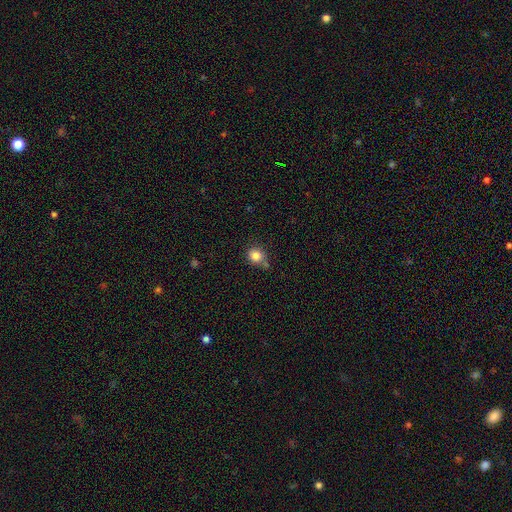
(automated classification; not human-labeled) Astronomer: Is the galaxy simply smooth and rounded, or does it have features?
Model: smooth — 84%.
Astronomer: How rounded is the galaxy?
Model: round — 81%.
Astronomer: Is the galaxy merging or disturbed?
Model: none — 65%.